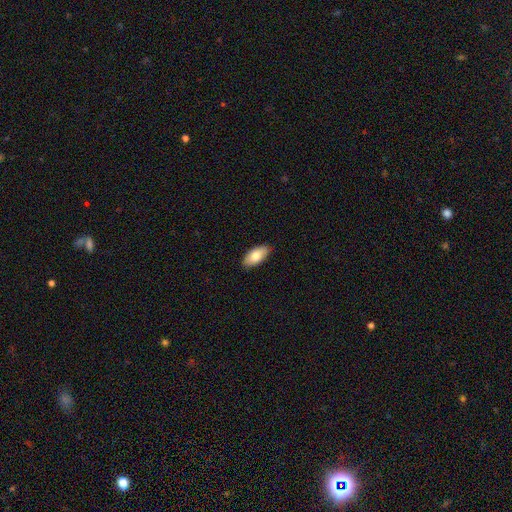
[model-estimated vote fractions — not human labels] smooth-or-featured: smooth: 80% | featured or disk: 14% | star or artifact: 6%
  how-rounded: in between: 92% | cigar-shaped: 5% | round: 2%
  merging: none: 87% | minor disturbance: 11% | major disturbance: 2% | merger: 1%